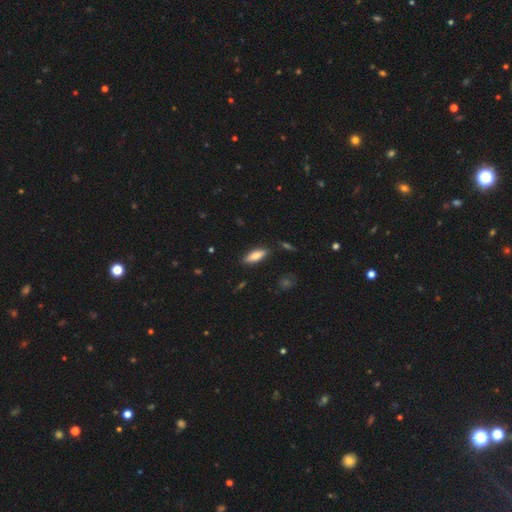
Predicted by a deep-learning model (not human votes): This appears to be a smooth galaxy with no disk features (74%) that is in between round and cigar-shaped (59%). Merging: none (84%).